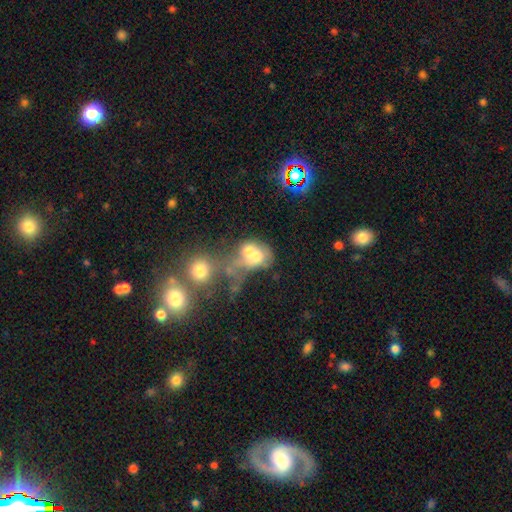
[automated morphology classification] Smooth or featured? Predicted: smooth (p=0.54). How rounded? Predicted: round (p=0.52). Merging? Predicted: merger (p=0.67).